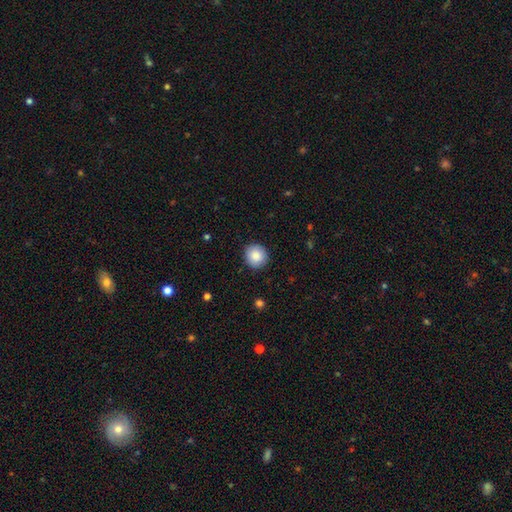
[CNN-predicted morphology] Overall: smooth (87%). How rounded: round (92%). Merging: none (91%).